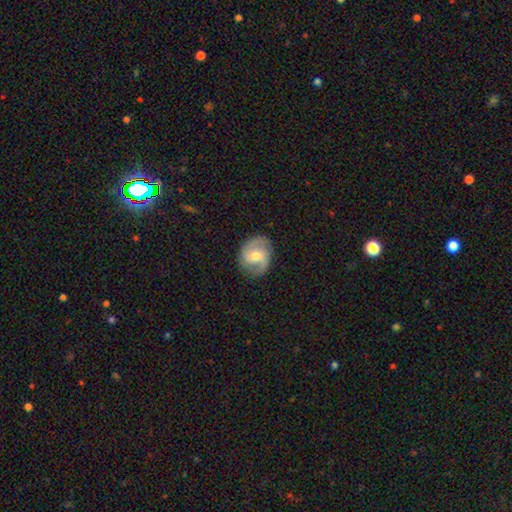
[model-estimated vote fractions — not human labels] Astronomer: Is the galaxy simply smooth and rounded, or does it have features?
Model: featured or disk — 71%.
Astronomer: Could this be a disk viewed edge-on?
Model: no — 97%.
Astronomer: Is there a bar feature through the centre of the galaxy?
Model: no — 53% (runner-up: weak, 39%).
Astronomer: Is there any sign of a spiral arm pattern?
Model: yes — 93%.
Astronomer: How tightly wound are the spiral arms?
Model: medium — 50% (runner-up: tight, 27%).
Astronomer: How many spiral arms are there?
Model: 2 — 80%.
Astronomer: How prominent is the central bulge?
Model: moderate — 62%.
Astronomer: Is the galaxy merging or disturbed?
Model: none — 80%.